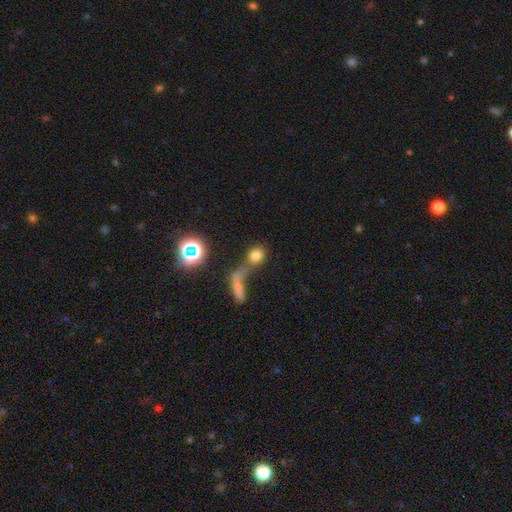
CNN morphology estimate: type=smooth (71%); roundness=round (63%); merging=none (42%).